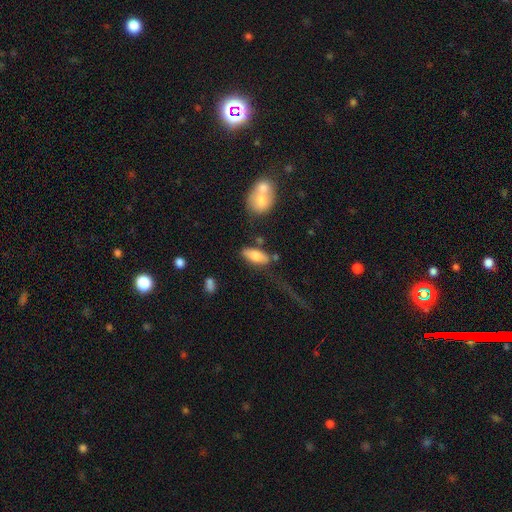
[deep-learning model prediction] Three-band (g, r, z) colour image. It shows a smooth galaxy with no disk features (75%) that is in between round and cigar-shaped (76%). Merging: none (70%).